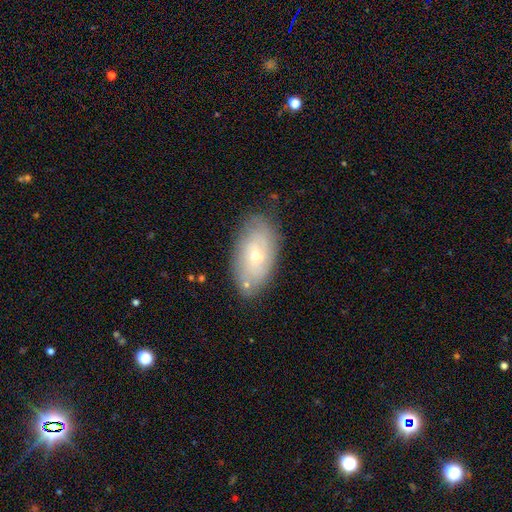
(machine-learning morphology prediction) Overall: featured or disk (47%; smooth 45%). Merging: none (74%).